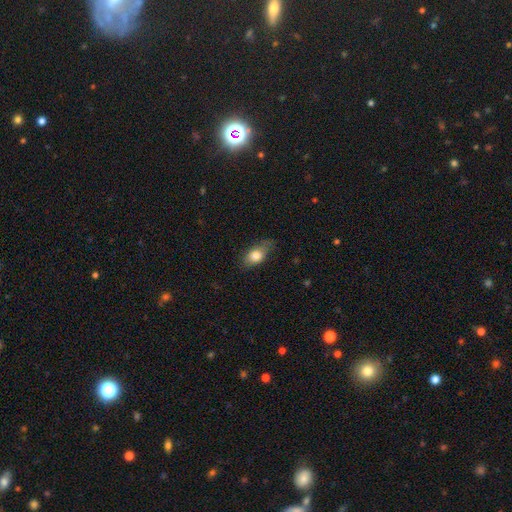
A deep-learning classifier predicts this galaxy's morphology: smooth_or_featured: smooth (p=0.77) [alt: featured or disk p=0.15]
how_rounded: in between (p=0.81) [alt: round p=0.12]
merging: none (p=0.66) [alt: minor disturbance p=0.26]